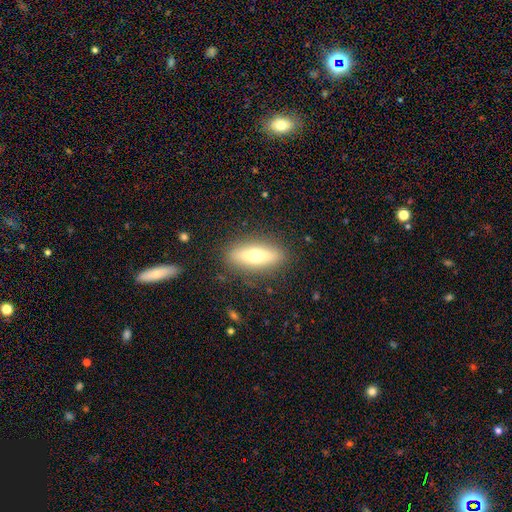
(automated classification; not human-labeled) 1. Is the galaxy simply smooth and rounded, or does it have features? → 57% smooth, 35% featured or disk, 7% star or artifact.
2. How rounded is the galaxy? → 59% in between, 37% cigar-shaped, 3% round.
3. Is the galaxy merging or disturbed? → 86% none, 9% minor disturbance, 3% major disturbance, 2% merger.